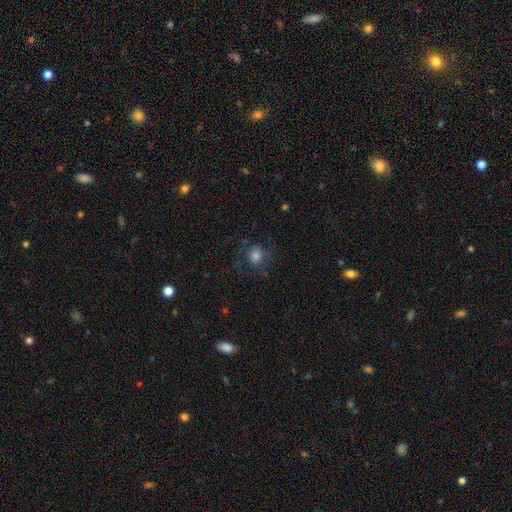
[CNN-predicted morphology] Smooth or featured?
  - smooth: 61% *
  - featured or disk: 25%
  - star or artifact: 14%
How rounded?
  - round: 69% *
  - in between: 30%
  - cigar-shaped: 1%
Merging?
  - none: 63% *
  - minor disturbance: 18%
  - major disturbance: 17%
  - merger: 2%